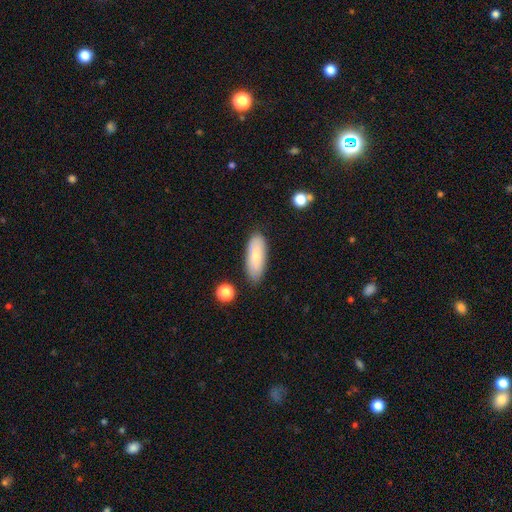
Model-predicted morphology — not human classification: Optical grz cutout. It shows a smooth galaxy with no disk features (74%) that is in between round and cigar-shaped (75%). Merging: none (80%).